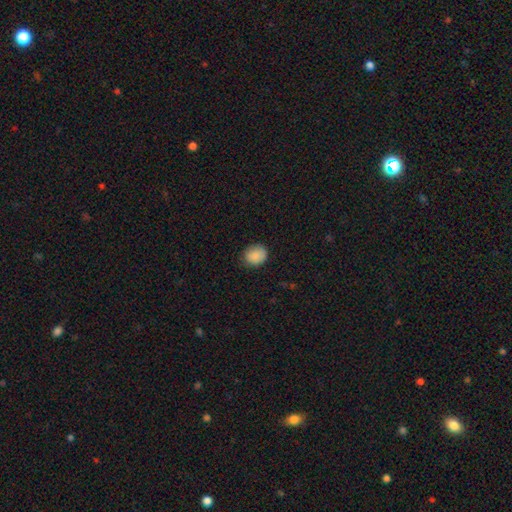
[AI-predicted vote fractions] Smooth or featured? smooth (87%)
How rounded? round (68%)
Merging? none (80%)